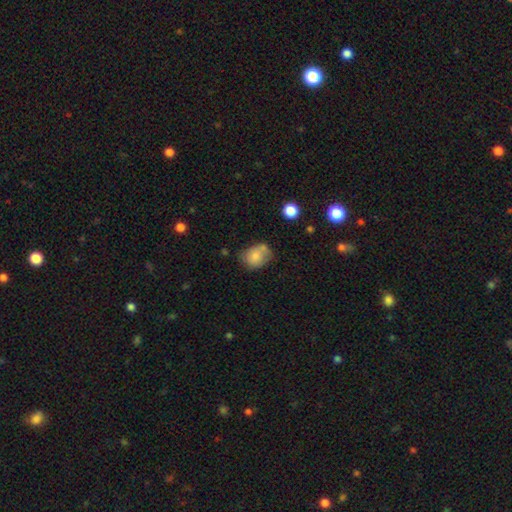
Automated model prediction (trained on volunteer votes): smooth 71%, featured or disk 20%, star or artifact 9%. Down the decision tree: how rounded — in between (58%); merging — none (47%).